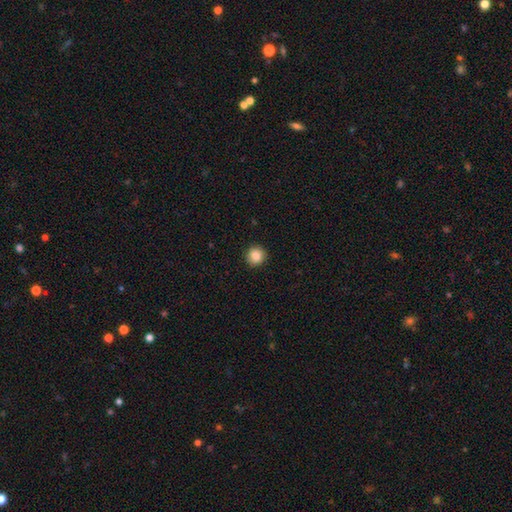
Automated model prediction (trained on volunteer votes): Smooth or featured? Predicted: smooth (p=0.87). How rounded? Predicted: round (p=0.92). Merging? Predicted: none (p=0.89).